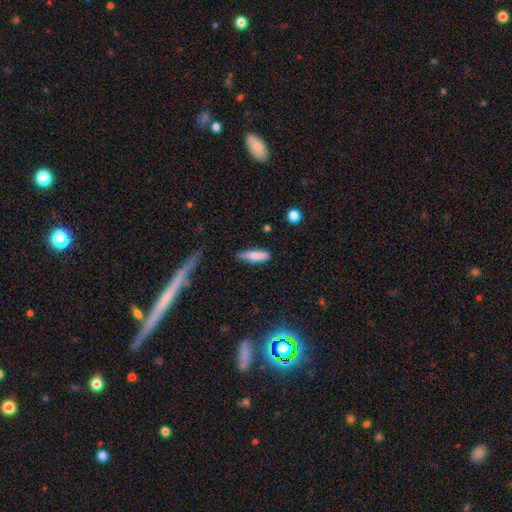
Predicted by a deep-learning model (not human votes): Smooth or featured: smooth — 80% (featured or disk — 14%)
How rounded: cigar-shaped — 59% (in between — 39%)
Merging: none — 73% (minor disturbance — 21%)